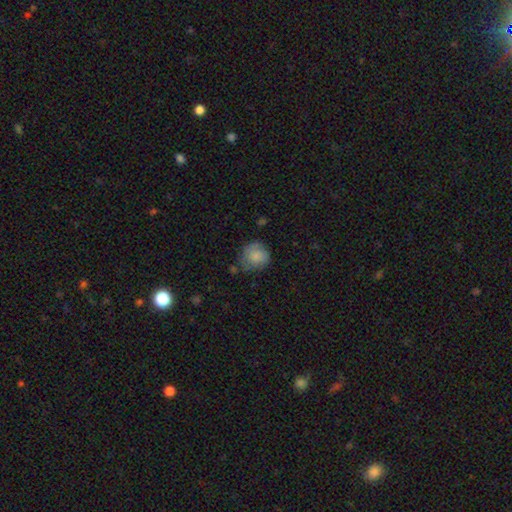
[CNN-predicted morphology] smooth 78%, featured or disk 14%, star or artifact 8%. Down the decision tree: how rounded — round (84%); merging — none (60%).